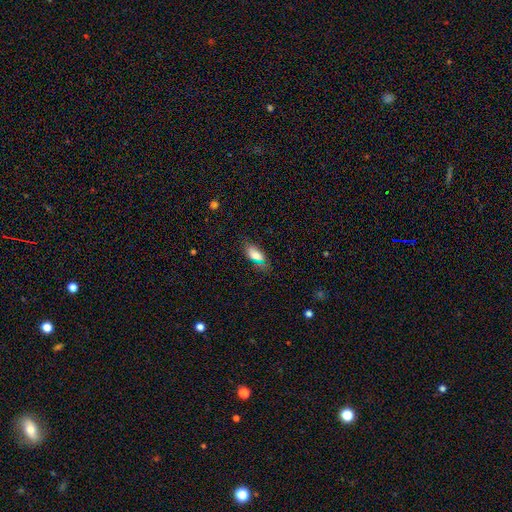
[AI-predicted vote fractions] Morphology: type=smooth (75%); roundness=in between (81%); merging=none (69%).